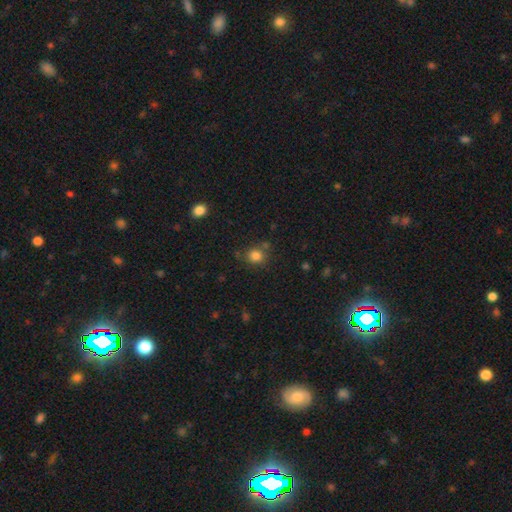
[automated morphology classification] smooth-or-featured: smooth: 81% | star or artifact: 13% | featured or disk: 6%
  how-rounded: round: 82% | in between: 17% | cigar-shaped: 1%
  merging: none: 75% | minor disturbance: 12% | merger: 9% | major disturbance: 4%